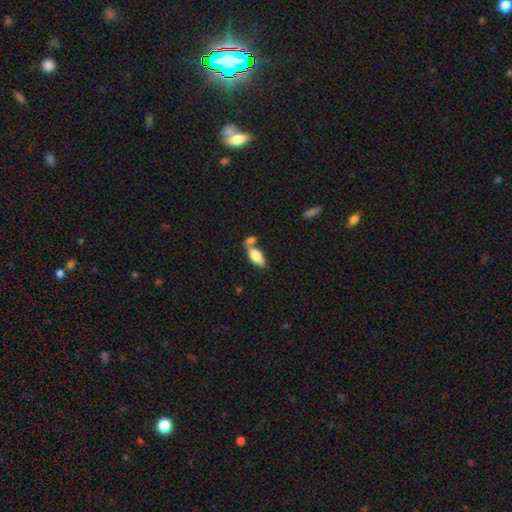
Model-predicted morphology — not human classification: A smooth galaxy with no disk features (74%) that is in between round and cigar-shaped (83%).

Vote fractions:
- Smooth or featured? smooth: 74% / featured or disk: 19% / star or artifact: 6%
- How rounded? in between: 83% / cigar-shaped: 14% / round: 3%
- Merging? merger: 43% / none: 40% / minor disturbance: 12% / major disturbance: 5%